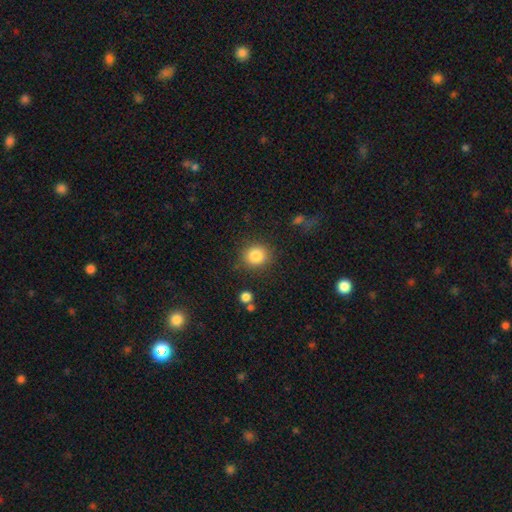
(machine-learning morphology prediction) This appears to be a smooth galaxy with no disk features (84%) that is round (83%). Merging: none (84%).